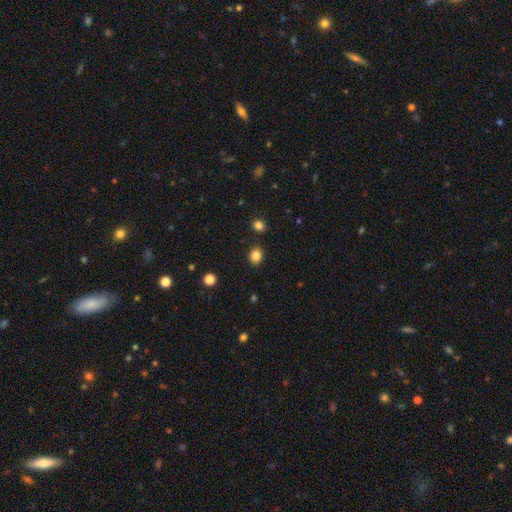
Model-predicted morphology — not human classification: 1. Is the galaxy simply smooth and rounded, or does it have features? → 84% smooth, 11% star or artifact, 4% featured or disk.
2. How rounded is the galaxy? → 60% round, 39% in between, 1% cigar-shaped.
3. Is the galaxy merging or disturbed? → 87% none, 8% minor disturbance, 3% merger, 2% major disturbance.